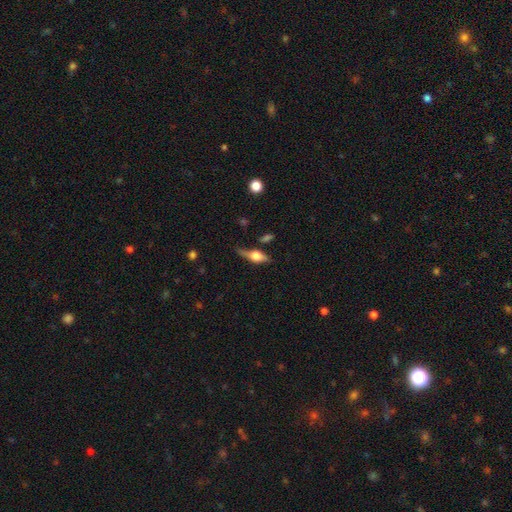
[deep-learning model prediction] Smooth or featured: featured or disk — 54% (smooth — 38%)
Edge-on disk: yes — 90% (no — 10%)
Merging: none — 61% (minor disturbance — 25%)